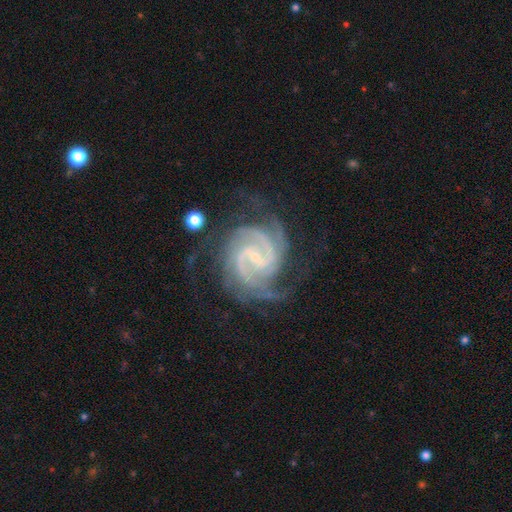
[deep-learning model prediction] Morphology: type=featured or disk (93%); edge-on=no (98%); bar=weak (50%); spiral arms=yes (99%); winding=tight (49%); arm count=2 (57%); bulge=small (78%); merging=none (68%).